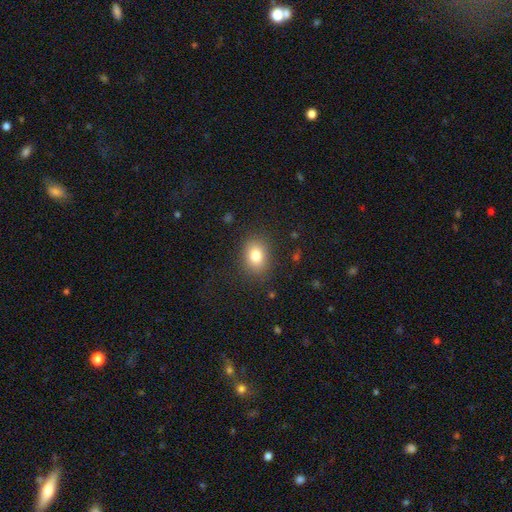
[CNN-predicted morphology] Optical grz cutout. It shows a smooth galaxy with no disk features (80%) that is in between round and cigar-shaped (60%). Merging: none (86%).